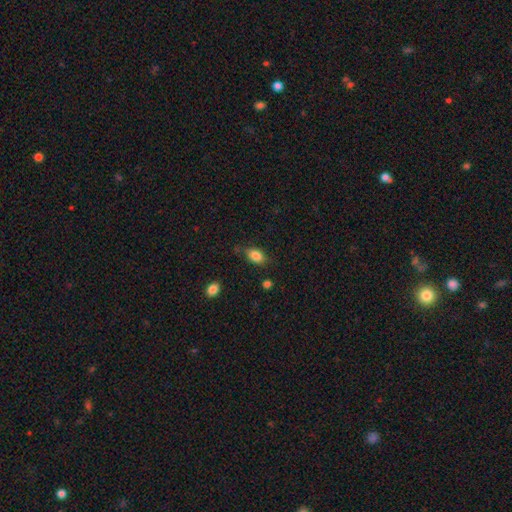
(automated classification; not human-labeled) A smooth galaxy with no disk features (84%) that is in between round and cigar-shaped (85%). Merging: none (75%).